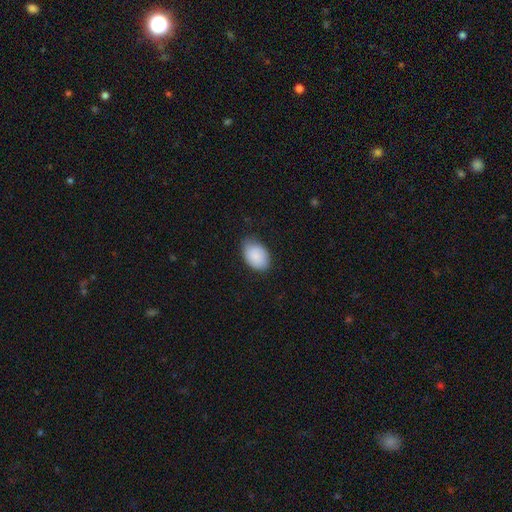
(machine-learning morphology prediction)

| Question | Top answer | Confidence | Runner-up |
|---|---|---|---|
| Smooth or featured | smooth | 87% | featured or disk (7%) |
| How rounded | in between | 86% | round (13%) |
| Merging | none | 72% | minor disturbance (24%) |